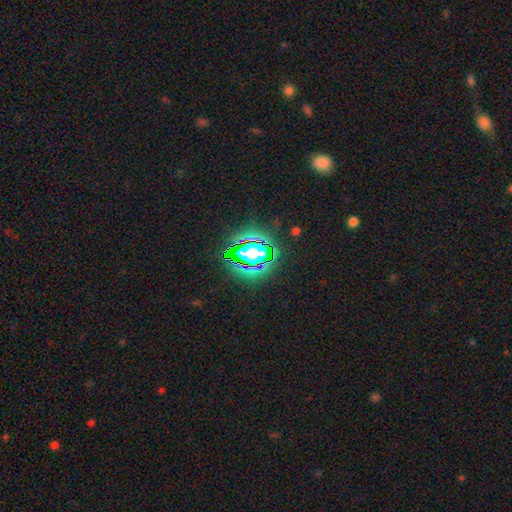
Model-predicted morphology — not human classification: Overall: star or artifact (71%).